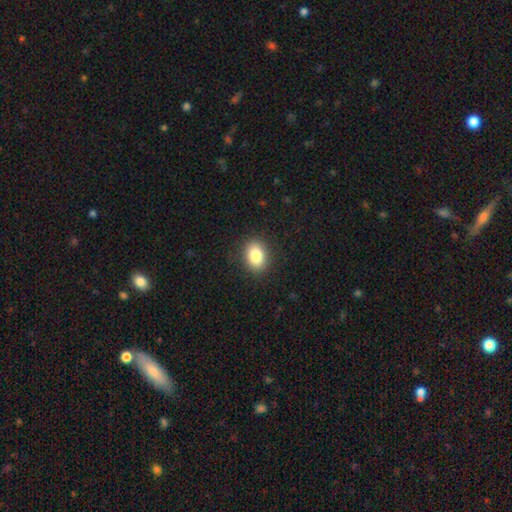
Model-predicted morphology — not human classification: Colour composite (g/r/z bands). It shows a smooth galaxy with no disk features (84%) that is in between round and cigar-shaped (73%). Merging: none (89%).